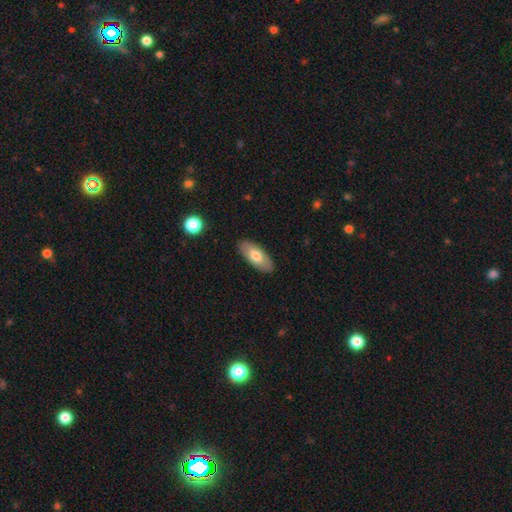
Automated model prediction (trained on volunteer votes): Smooth or featured? Predicted: smooth (p=0.71). How rounded? Predicted: in between (p=0.86). Merging? Predicted: none (p=0.88).